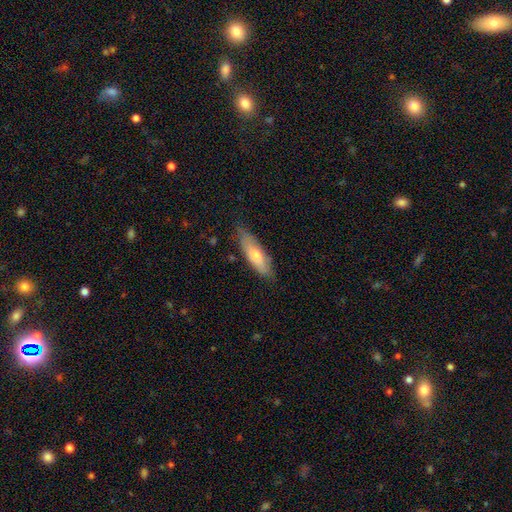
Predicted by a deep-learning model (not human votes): This appears to be a smooth galaxy with no disk features (71%) that is cigar-shaped (51%). Merging: none (74%).